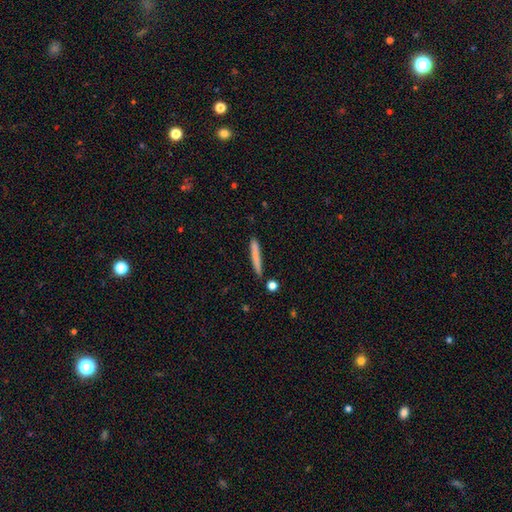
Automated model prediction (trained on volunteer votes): Morphology: type=smooth (75%); roundness=cigar-shaped (95%); merging=none (85%).